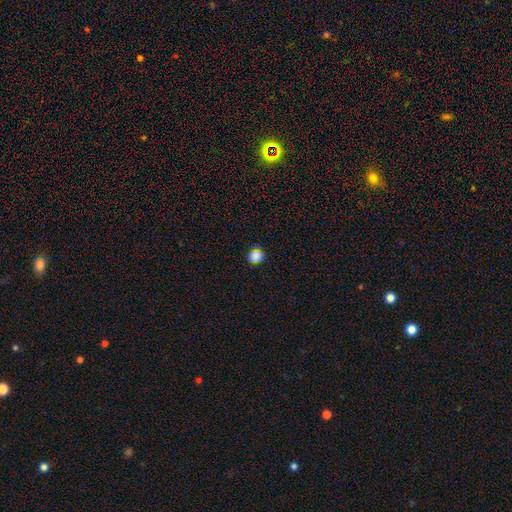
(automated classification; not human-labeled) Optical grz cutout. It shows a smooth galaxy with no disk features (73%) that is round (81%). Merging: none (82%).